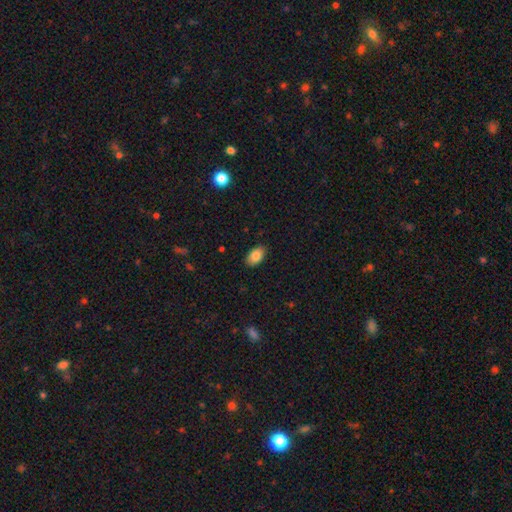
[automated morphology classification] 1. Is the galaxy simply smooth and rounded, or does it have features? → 84% smooth, 8% featured or disk, 8% star or artifact.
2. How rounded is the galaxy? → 92% in between, 6% round, 2% cigar-shaped.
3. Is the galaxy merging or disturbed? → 88% none, 9% minor disturbance, 2% major disturbance, 1% merger.